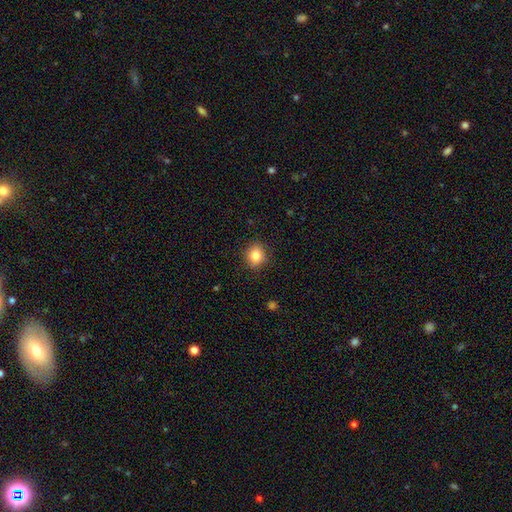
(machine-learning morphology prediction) The model was most divided on "how rounded": round: 73%, in between: 27%, cigar-shaped: 1%. More confident: merging — none (88%); smooth or featured — smooth (84%).